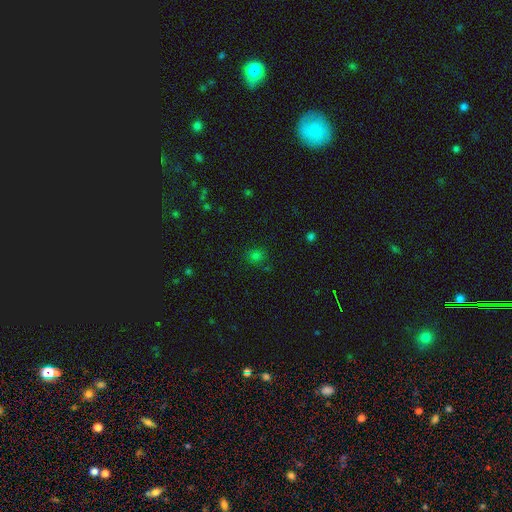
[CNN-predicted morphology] A smooth galaxy with no disk features (72%) that is round (79%).

Vote fractions:
- Smooth or featured? smooth: 72% / star or artifact: 23% / featured or disk: 5%
- How rounded? round: 79% / in between: 20% / cigar-shaped: 1%
- Merging? none: 80% / minor disturbance: 12% / major disturbance: 4% / merger: 4%